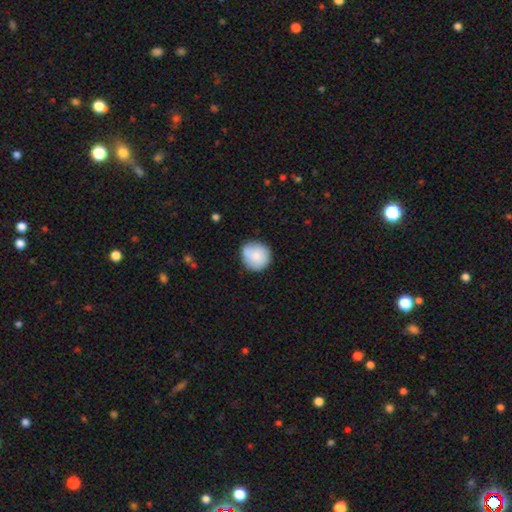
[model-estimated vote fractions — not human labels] Morphology: type=smooth (80%); roundness=round (91%); merging=none (74%).